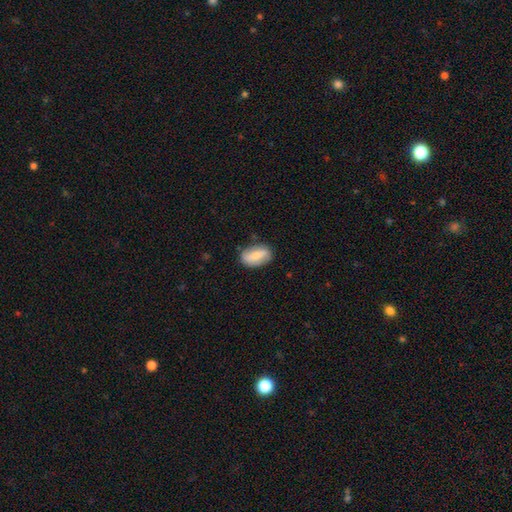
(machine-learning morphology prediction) Smooth or featured?
  - smooth: 57% *
  - featured or disk: 36%
  - star or artifact: 7%
How rounded?
  - in between: 88% *
  - round: 8%
  - cigar-shaped: 4%
Merging?
  - none: 77% *
  - minor disturbance: 17%
  - major disturbance: 4%
  - merger: 2%